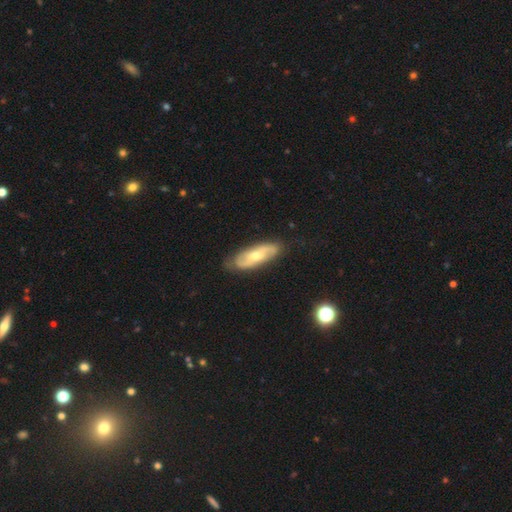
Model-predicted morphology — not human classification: Overall: featured or disk (63%; smooth 32%). Edge-on disk: no (82%). Bar: no (51%; weak 35%). Spiral arms: yes (76%). Bulge size: moderate (66%; small 28%). Merging: none (79%).